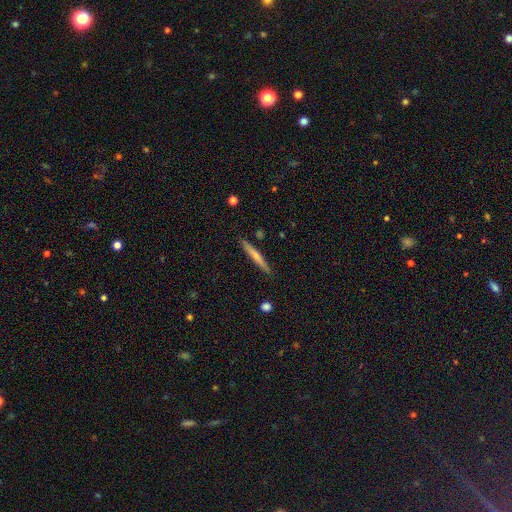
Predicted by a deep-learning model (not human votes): This is possibly a smooth galaxy (55%). How rounded: clearly cigar-shaped (95%). Merging: clearly none (88%).